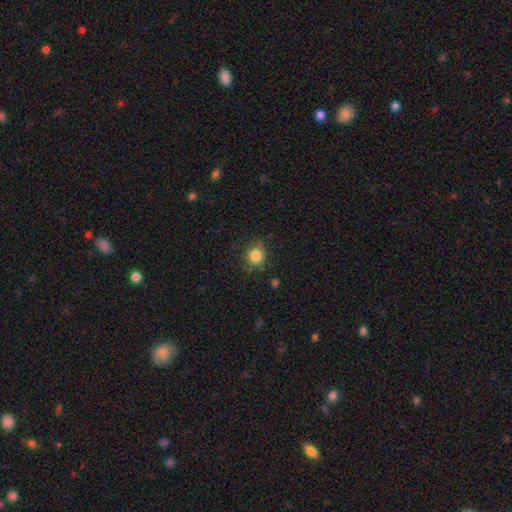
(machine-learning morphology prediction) Smooth or featured? smooth (83%)
How rounded? round (90%)
Merging? none (78%)